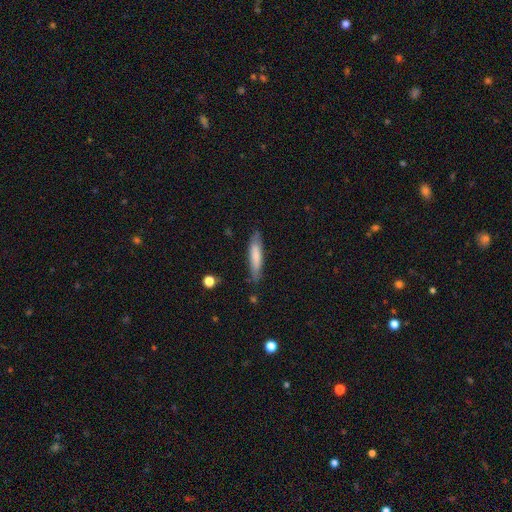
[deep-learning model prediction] smooth-or-featured: smooth: 73% | featured or disk: 21% | star or artifact: 6%
  how-rounded: cigar-shaped: 82% | in between: 16% | round: 1%
  merging: none: 79% | minor disturbance: 17% | major disturbance: 3% | merger: 2%